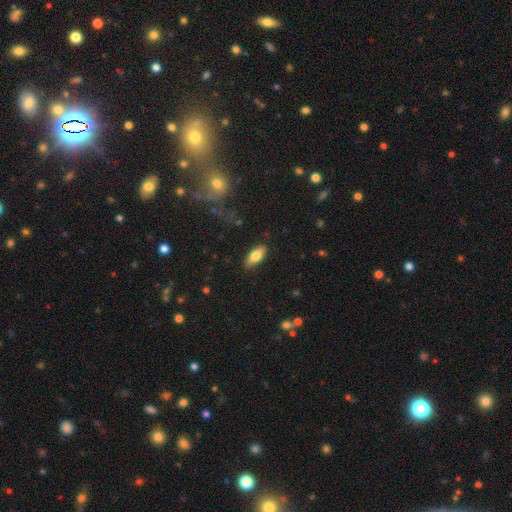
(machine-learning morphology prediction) Smooth or featured: smooth — 76% (featured or disk — 17%)
How rounded: in between — 82% (cigar-shaped — 15%)
Merging: none — 86% (minor disturbance — 11%)